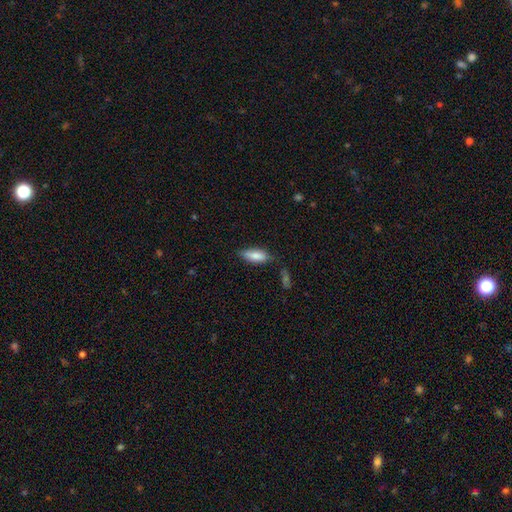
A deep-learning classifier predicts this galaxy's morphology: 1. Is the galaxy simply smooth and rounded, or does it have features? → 79% smooth, 14% featured or disk, 6% star or artifact.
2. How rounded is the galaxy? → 70% in between, 28% cigar-shaped, 2% round.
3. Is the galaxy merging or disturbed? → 68% none, 22% minor disturbance, 5% merger, 5% major disturbance.